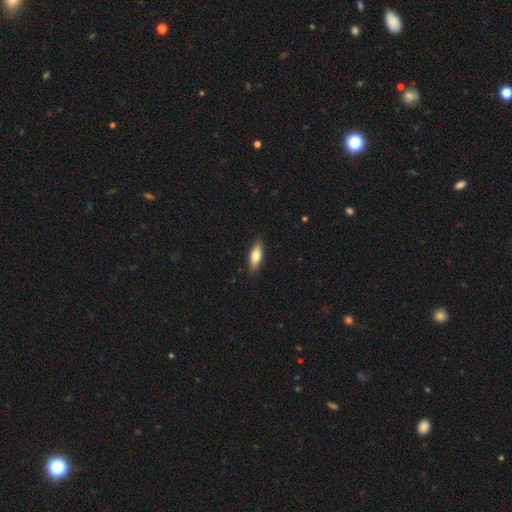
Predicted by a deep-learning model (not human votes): smooth-or-featured: smooth: 71% | featured or disk: 23% | star or artifact: 6%
  how-rounded: in between: 63% | cigar-shaped: 34% | round: 2%
  merging: none: 86% | minor disturbance: 11% | major disturbance: 2% | merger: 1%